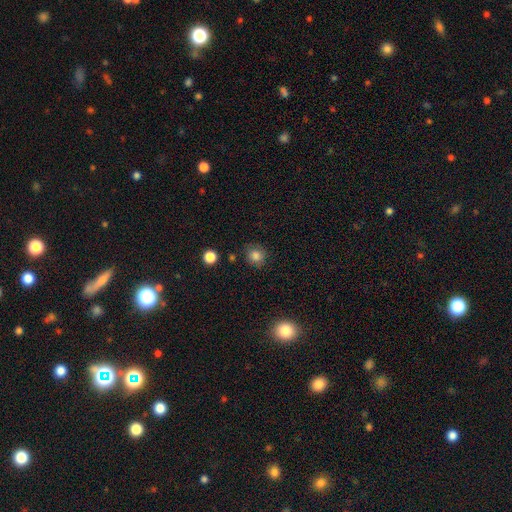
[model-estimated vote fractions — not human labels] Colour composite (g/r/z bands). It shows a smooth galaxy with no disk features (83%) that is round (89%). Merging: none (82%).